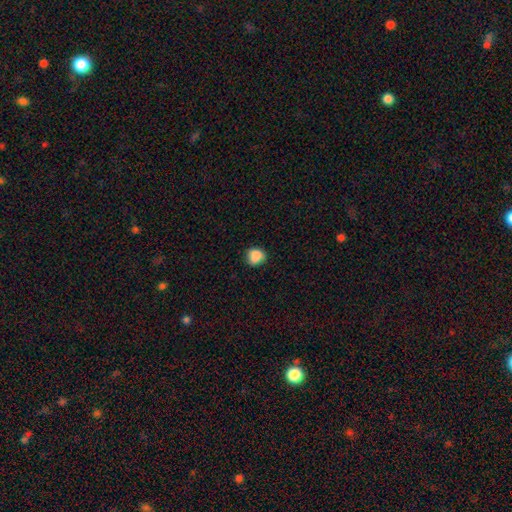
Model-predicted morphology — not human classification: Smooth or featured? Predicted: smooth (p=0.86). How rounded? Predicted: round (p=0.80). Merging? Predicted: none (p=0.75).